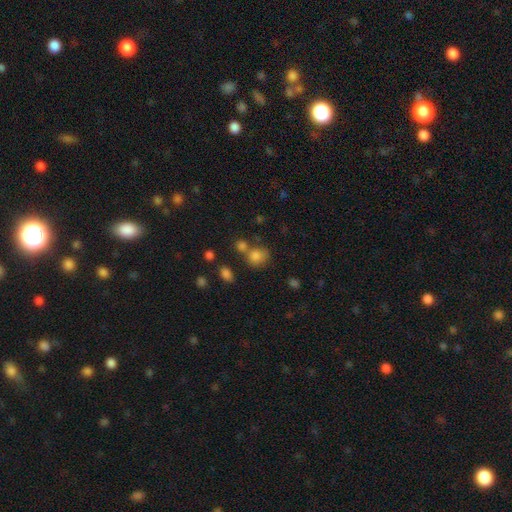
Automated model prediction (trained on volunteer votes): A smooth galaxy with no disk features (80%) that is round (68%).

Vote fractions:
- Smooth or featured? smooth: 80% / star or artifact: 12% / featured or disk: 8%
- How rounded? round: 68% / in between: 31% / cigar-shaped: 1%
- Merging? none: 53% / merger: 27% / minor disturbance: 14% / major disturbance: 6%